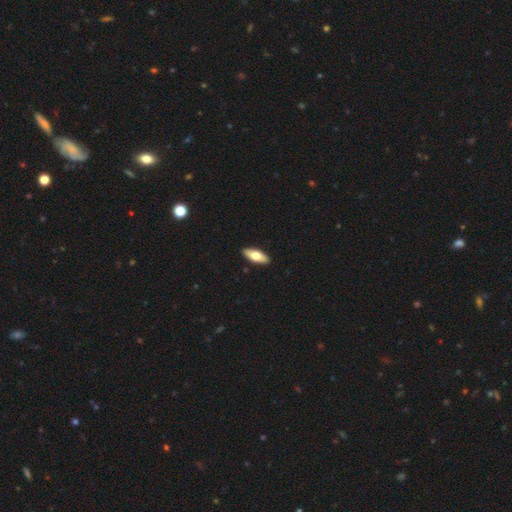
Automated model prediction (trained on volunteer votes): Smooth or featured?
  - smooth: 67% *
  - featured or disk: 28%
  - star or artifact: 5%
How rounded?
  - in between: 72% *
  - cigar-shaped: 26%
  - round: 2%
Merging?
  - none: 91% *
  - minor disturbance: 6%
  - major disturbance: 1%
  - merger: 1%